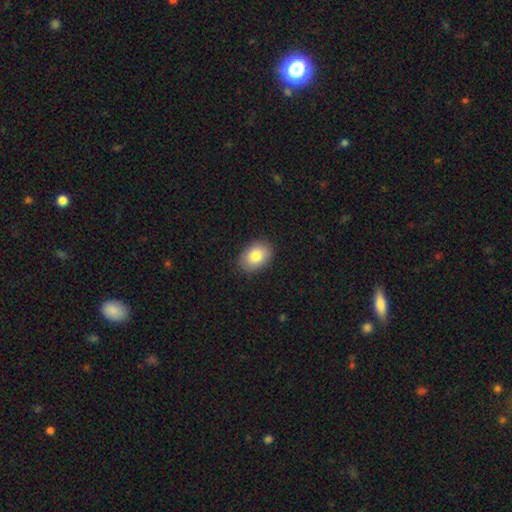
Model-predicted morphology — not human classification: A smooth galaxy with no disk features (84%) that is in between round and cigar-shaped (79%). Merging: none (89%).